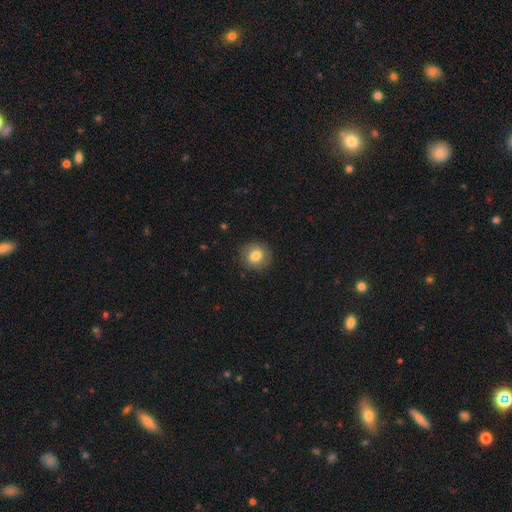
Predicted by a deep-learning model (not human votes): Smooth or featured? Predicted: smooth (p=0.76). How rounded? Predicted: round (p=0.82). Merging? Predicted: none (p=0.87).